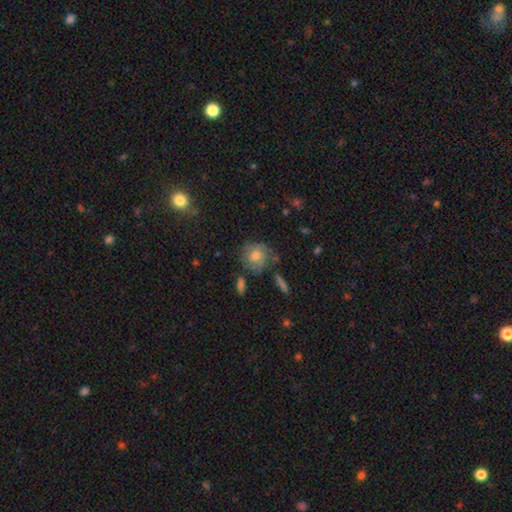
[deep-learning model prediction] Smooth or featured? smooth (59%)
How rounded? round (85%)
Merging? none (71%)